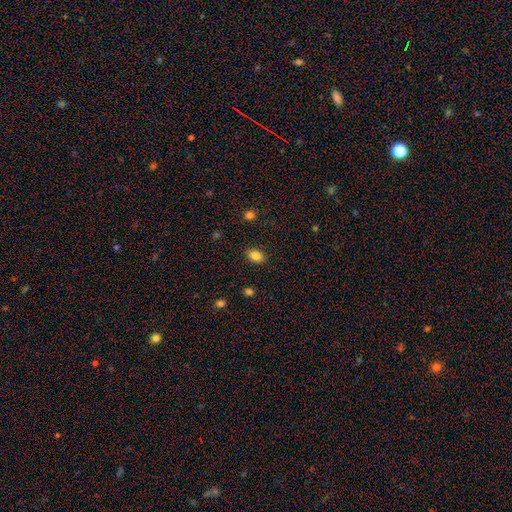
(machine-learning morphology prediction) A smooth galaxy with no disk features (84%) that is in between round and cigar-shaped (73%). Merging: none (87%).